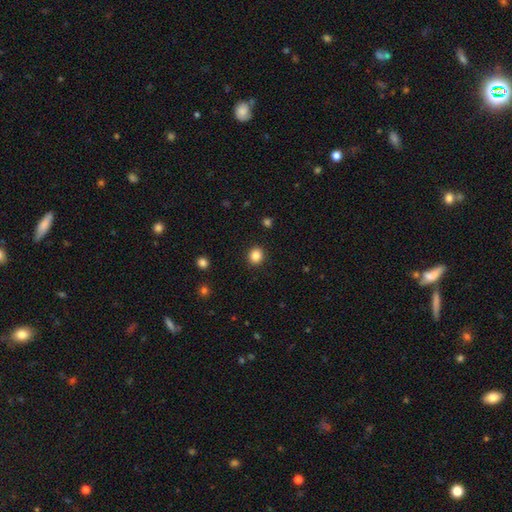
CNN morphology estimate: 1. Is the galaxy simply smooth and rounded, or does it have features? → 86% smooth, 11% star or artifact, 4% featured or disk.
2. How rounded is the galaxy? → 79% round, 20% in between, 1% cigar-shaped.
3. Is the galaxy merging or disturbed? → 92% none, 5% minor disturbance, 2% major disturbance, 1% merger.